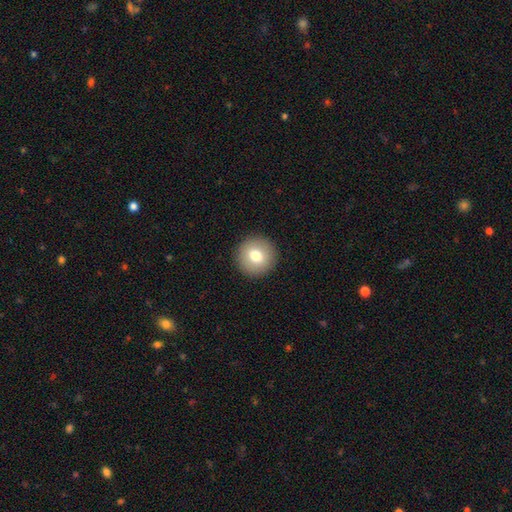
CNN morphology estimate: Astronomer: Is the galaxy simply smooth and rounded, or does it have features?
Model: smooth — 76%.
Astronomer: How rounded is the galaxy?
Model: round — 95%.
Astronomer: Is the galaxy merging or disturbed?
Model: none — 92%.